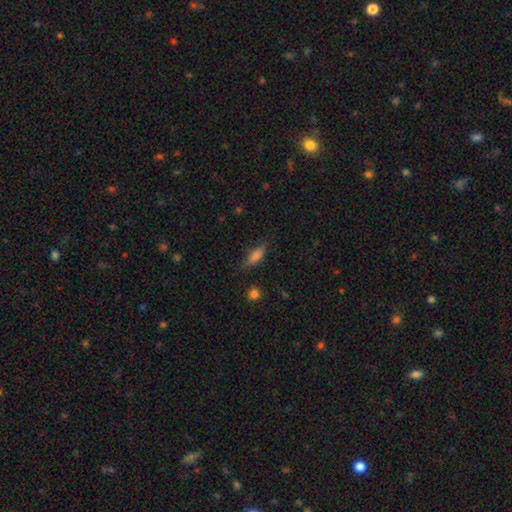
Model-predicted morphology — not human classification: This appears to be a smooth galaxy with no disk features (61%) that is in between round and cigar-shaped (48%, tied with cigar-shaped). Merging: none (71%).